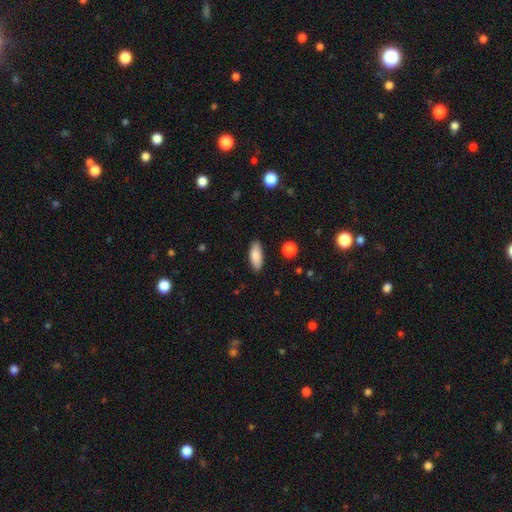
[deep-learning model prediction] This is clearly a smooth galaxy (86%). How rounded: likely in between (75%). Merging: clearly none (87%).